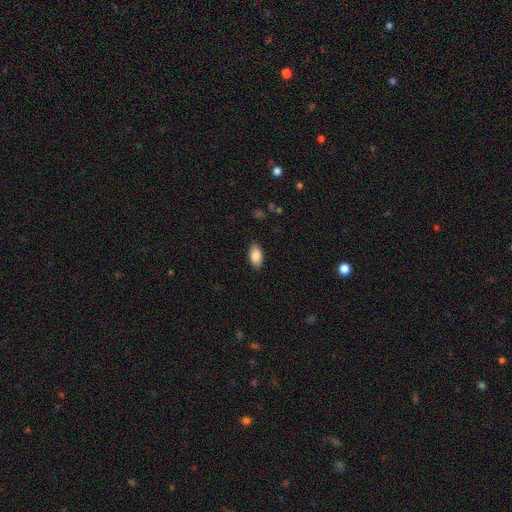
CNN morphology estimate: type=smooth (87%); roundness=in between (93%); merging=none (87%).